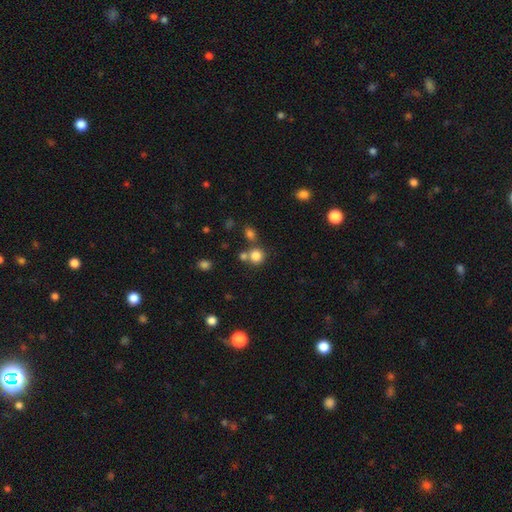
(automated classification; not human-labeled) Smooth or featured? Predicted: smooth (p=0.80). How rounded? Predicted: round (p=0.89). Merging? Predicted: none (p=0.62).